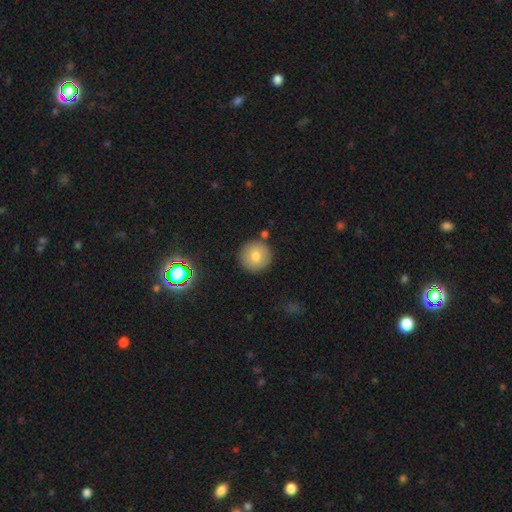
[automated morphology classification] smooth_or_featured: smooth (p=0.80) [alt: featured or disk p=0.10]
how_rounded: round (p=0.95) [alt: in between p=0.04]
merging: none (p=0.87) [alt: minor disturbance p=0.07]